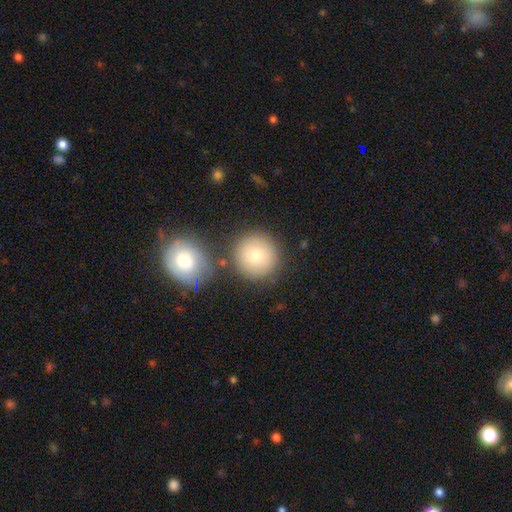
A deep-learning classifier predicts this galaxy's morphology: Overall: smooth (80%). How rounded: round (95%). Merging: none (77%).